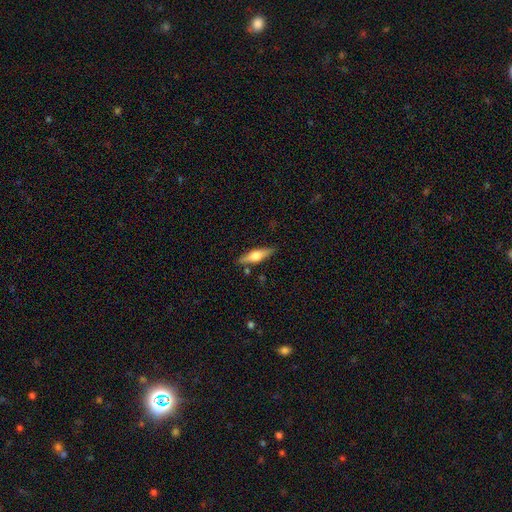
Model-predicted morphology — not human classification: A featured or disk galaxy (51%) viewed edge-on (93%). Merging: none (83%).